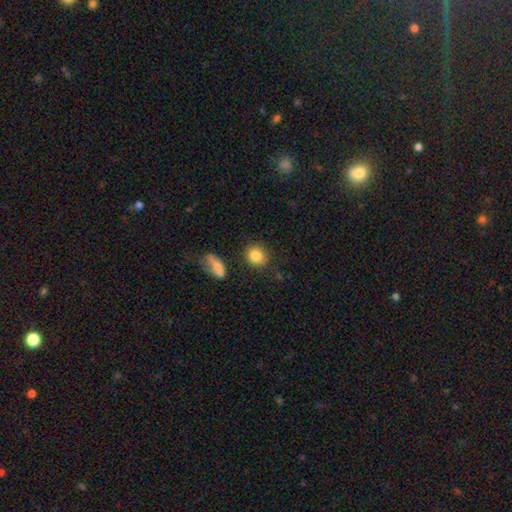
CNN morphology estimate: Smooth or featured? Predicted: smooth (p=0.84). How rounded? Predicted: round (p=0.70). Merging? Predicted: none (p=0.81).